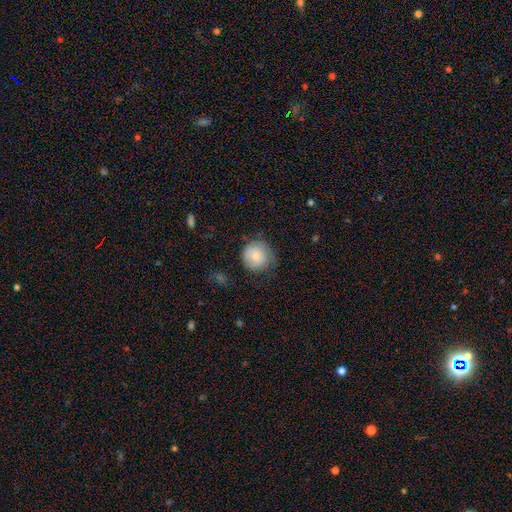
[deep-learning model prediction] Morphology: type=smooth (75%); roundness=round (88%); merging=none (56%).